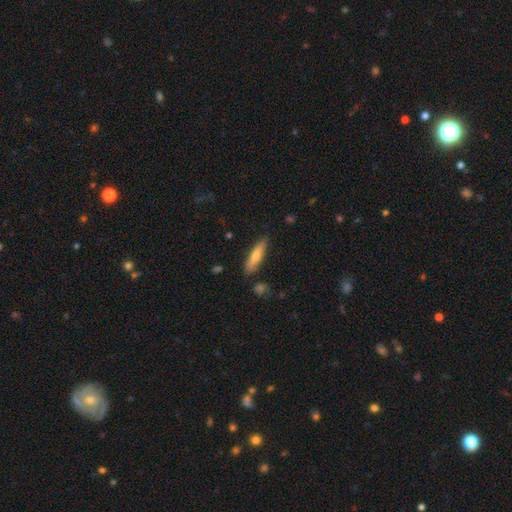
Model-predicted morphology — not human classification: A smooth galaxy with no disk features (63%) that is cigar-shaped (77%).

Vote fractions:
- Smooth or featured? smooth: 63% / featured or disk: 31% / star or artifact: 6%
- How rounded? cigar-shaped: 77% / in between: 21% / round: 2%
- Merging? none: 83% / minor disturbance: 13% / major disturbance: 2% / merger: 2%